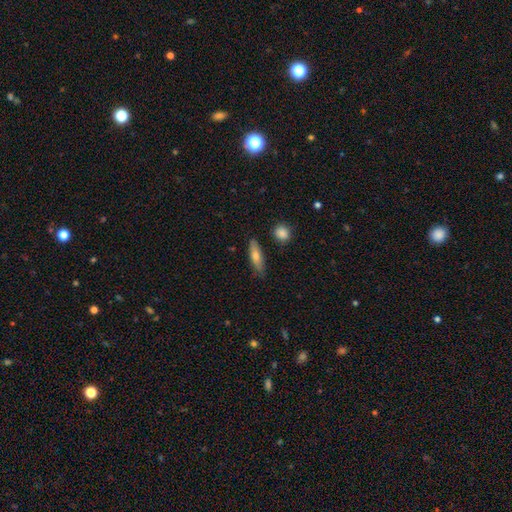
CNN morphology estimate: smooth 70%, featured or disk 23%, star or artifact 6%. Down the decision tree: how rounded — cigar-shaped (60%); merging — none (81%).